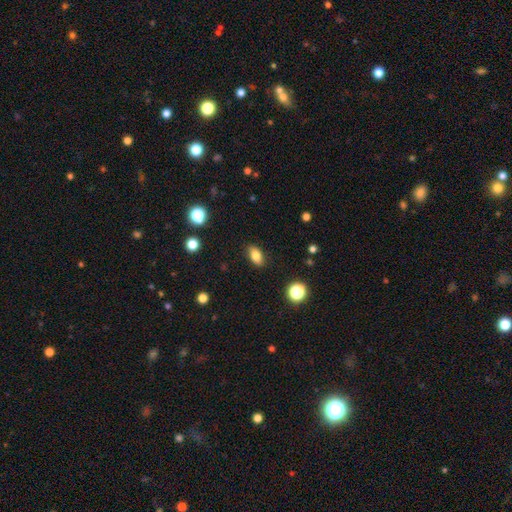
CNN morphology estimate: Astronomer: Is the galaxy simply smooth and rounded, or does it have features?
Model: smooth — 81%.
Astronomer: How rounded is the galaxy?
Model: in between — 86%.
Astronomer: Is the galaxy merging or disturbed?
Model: none — 88%.